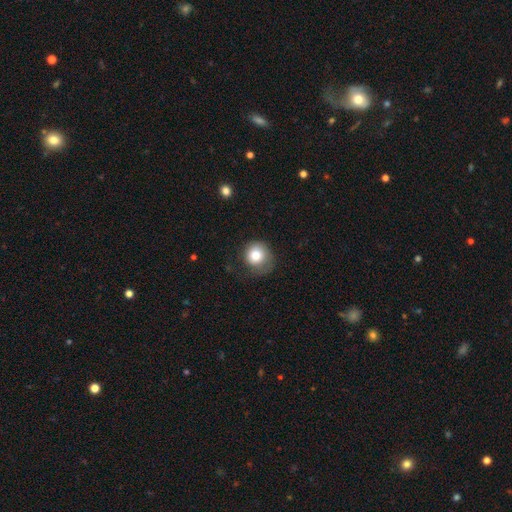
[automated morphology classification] Smooth or featured? smooth (78%)
How rounded? round (89%)
Merging? none (58%)